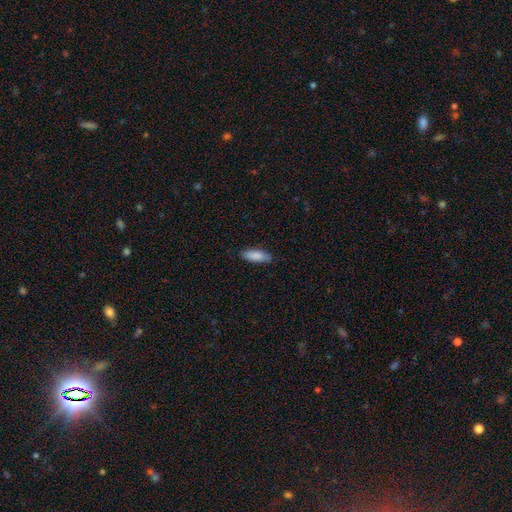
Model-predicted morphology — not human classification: Smooth or featured?
  - smooth: 87% *
  - featured or disk: 7%
  - star or artifact: 6%
How rounded?
  - in between: 63% *
  - cigar-shaped: 36%
  - round: 2%
Merging?
  - none: 83% *
  - minor disturbance: 14%
  - major disturbance: 2%
  - merger: 1%